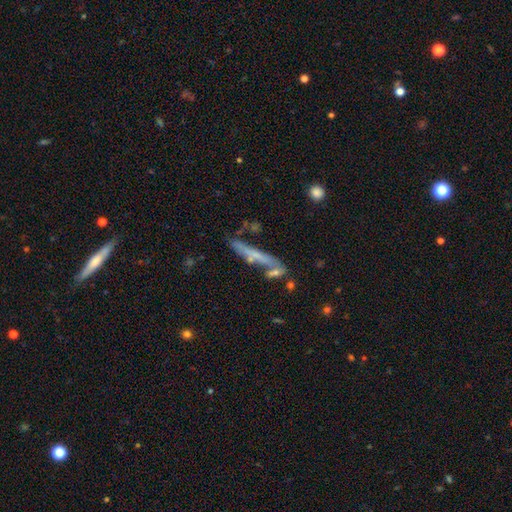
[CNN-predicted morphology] Smooth or featured? Predicted: featured or disk (p=0.53). Edge-on disk? Predicted: yes (p=0.76). Merging? Predicted: none (p=0.57).